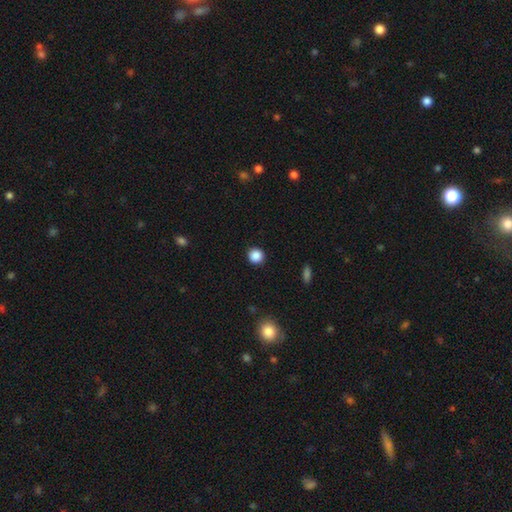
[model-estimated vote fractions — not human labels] smooth 87%, star or artifact 10%, featured or disk 3%. Down the decision tree: how rounded — round (92%); merging — none (91%).